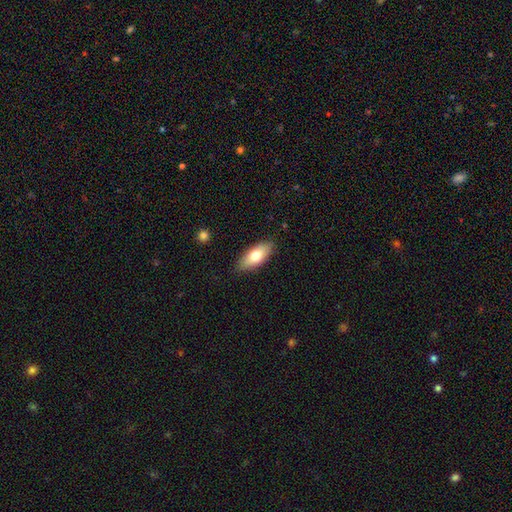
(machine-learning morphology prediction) Smooth or featured?
  - smooth: 73% *
  - featured or disk: 21%
  - star or artifact: 6%
How rounded?
  - in between: 79% *
  - cigar-shaped: 19%
  - round: 3%
Merging?
  - none: 85% *
  - minor disturbance: 12%
  - major disturbance: 2%
  - merger: 1%